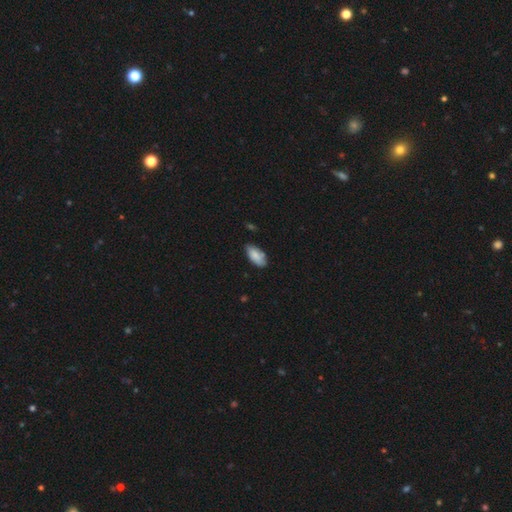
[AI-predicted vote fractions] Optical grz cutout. It shows a smooth galaxy with no disk features (82%) that is in between round and cigar-shaped (91%). Merging: none (69%).